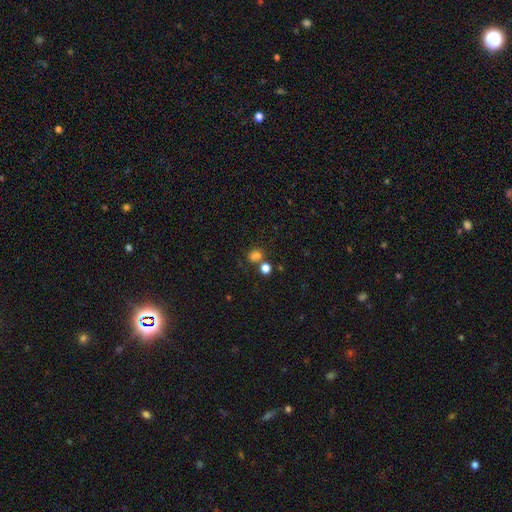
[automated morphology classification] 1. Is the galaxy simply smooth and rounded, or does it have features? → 75% smooth, 18% star or artifact, 7% featured or disk.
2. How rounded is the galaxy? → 63% round, 36% in between, 1% cigar-shaped.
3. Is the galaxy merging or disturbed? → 54% none, 28% merger, 12% minor disturbance, 6% major disturbance.